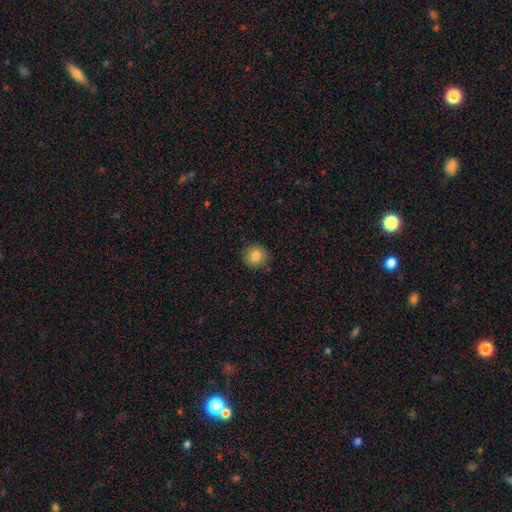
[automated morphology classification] Smooth or featured: smooth — 83% (star or artifact — 10%)
How rounded: round — 92% (in between — 7%)
Merging: none — 89% (minor disturbance — 7%)